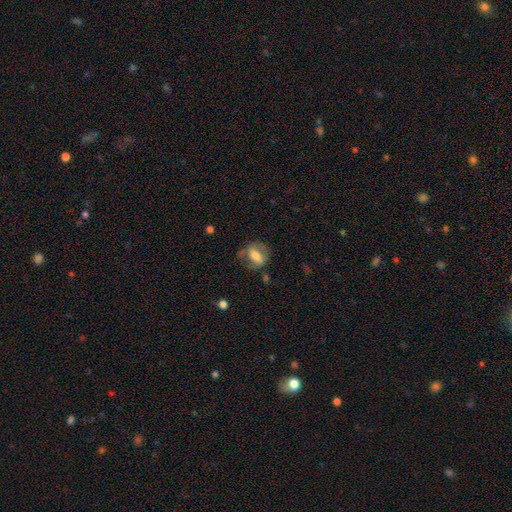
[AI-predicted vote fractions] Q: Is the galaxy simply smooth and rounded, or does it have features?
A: smooth — 48%.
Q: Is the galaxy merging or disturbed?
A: none — 59%.